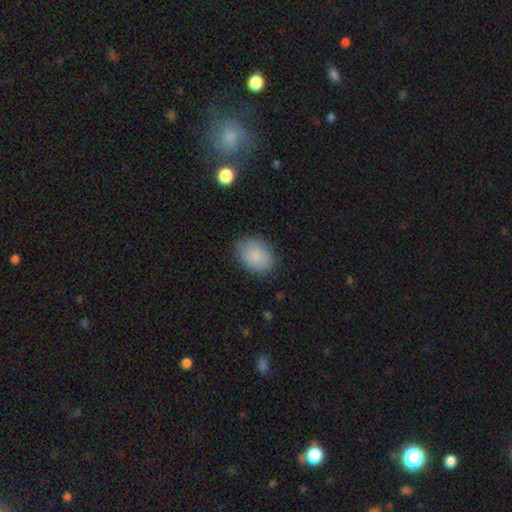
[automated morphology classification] smooth-or-featured: smooth: 86% | featured or disk: 7% | star or artifact: 7%
  how-rounded: in between: 72% | round: 27% | cigar-shaped: 1%
  merging: none: 83% | minor disturbance: 12% | major disturbance: 3% | merger: 1%